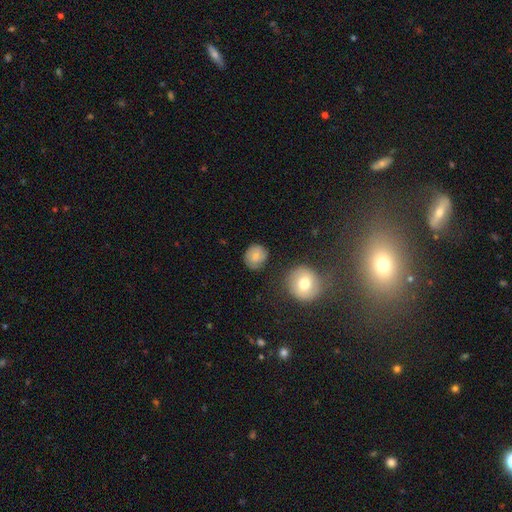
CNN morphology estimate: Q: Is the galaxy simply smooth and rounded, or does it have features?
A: smooth — 75%.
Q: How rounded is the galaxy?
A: round — 82%.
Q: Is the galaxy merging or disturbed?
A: none — 75%.